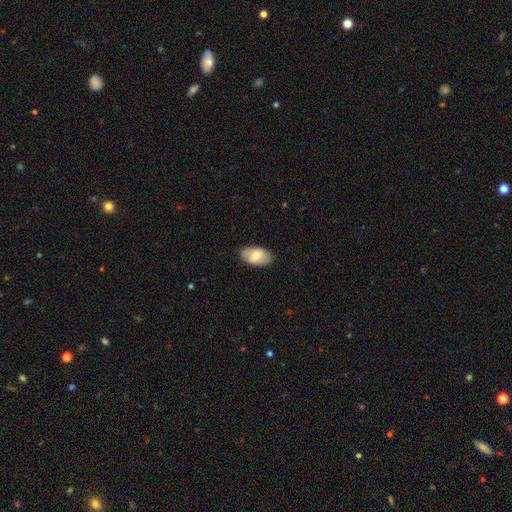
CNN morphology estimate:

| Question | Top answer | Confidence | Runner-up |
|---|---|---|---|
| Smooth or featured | smooth | 62% | featured or disk (32%) |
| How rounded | in between | 93% | round (5%) |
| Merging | none | 79% | minor disturbance (16%) |